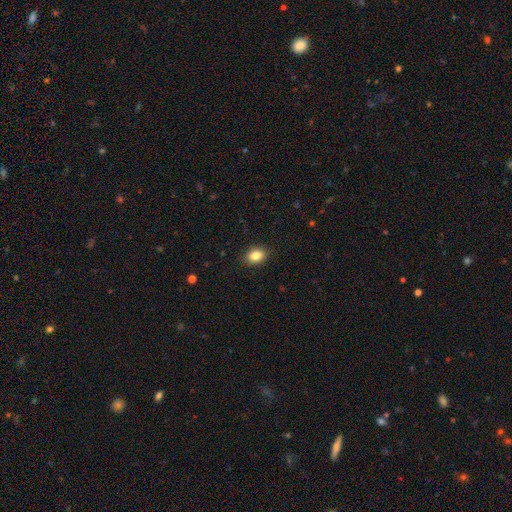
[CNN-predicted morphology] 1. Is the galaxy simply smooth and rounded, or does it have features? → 85% smooth, 9% star or artifact, 6% featured or disk.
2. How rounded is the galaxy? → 78% in between, 21% round, 1% cigar-shaped.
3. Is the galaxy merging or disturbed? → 88% none, 9% minor disturbance, 2% major disturbance, 1% merger.